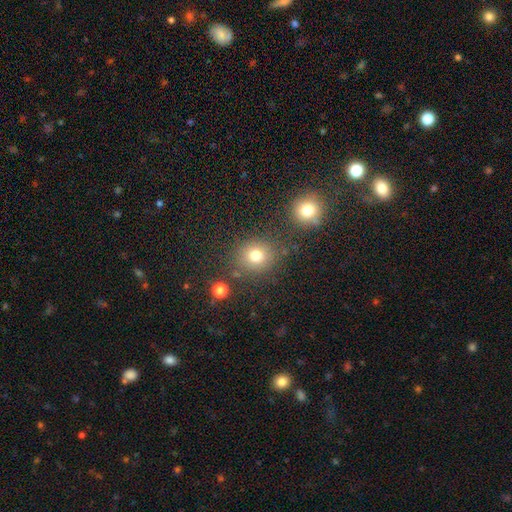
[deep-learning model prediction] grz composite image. It shows a smooth galaxy with no disk features (78%) that is round (83%). Merging: none (80%).